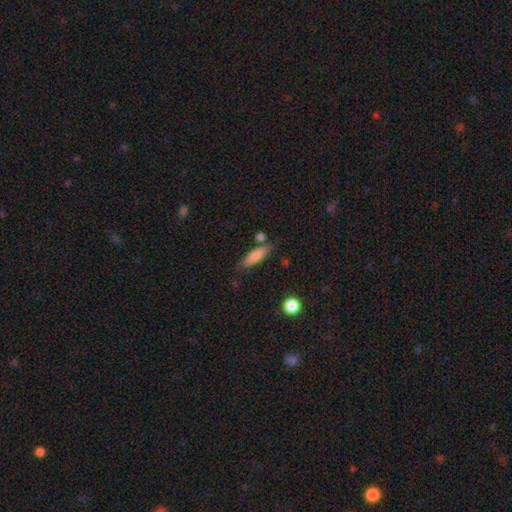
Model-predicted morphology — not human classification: type=smooth (79%); roundness=cigar-shaped (57%); merging=none (72%).